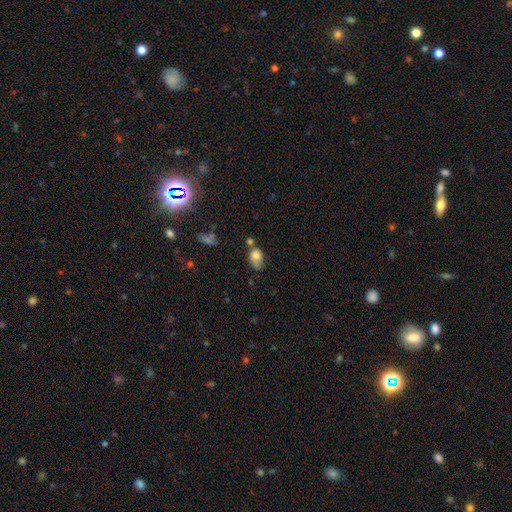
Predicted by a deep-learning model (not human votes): A smooth galaxy with no disk features (77%) that is in between round and cigar-shaped (83%). Merging: none (42%).